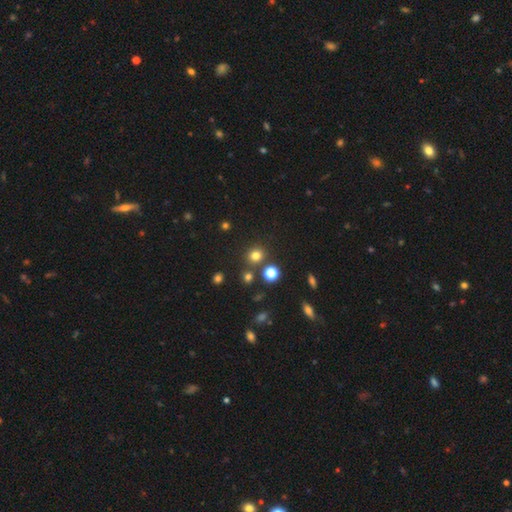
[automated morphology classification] This appears to be a smooth galaxy with no disk features (75%) that is round (85%). Merging: none (80%).